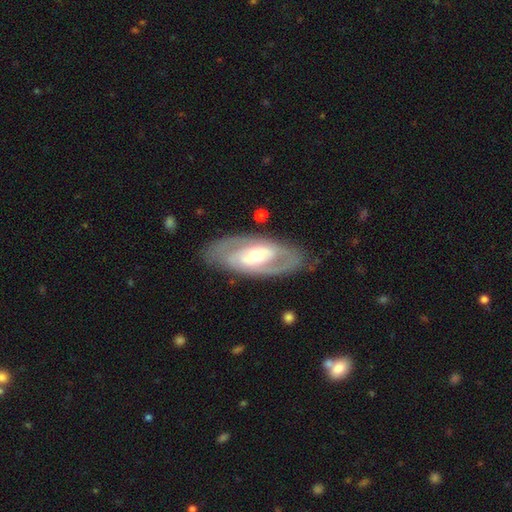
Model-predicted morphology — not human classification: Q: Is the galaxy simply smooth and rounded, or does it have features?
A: featured or disk — 77%.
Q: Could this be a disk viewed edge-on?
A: no — 91%.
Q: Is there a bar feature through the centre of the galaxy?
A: no — 41%.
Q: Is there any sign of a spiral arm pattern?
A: yes — 68%.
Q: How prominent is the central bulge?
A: moderate — 61%.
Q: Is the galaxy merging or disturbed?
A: none — 82%.